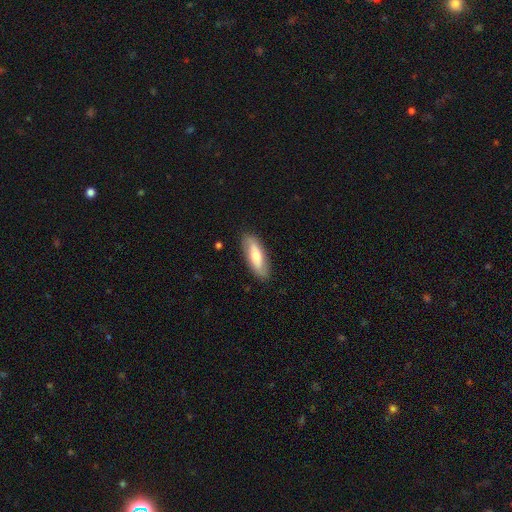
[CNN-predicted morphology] smooth-or-featured: smooth: 59% | featured or disk: 36% | star or artifact: 6%
  how-rounded: in between: 60% | cigar-shaped: 38% | round: 3%
  merging: none: 86% | minor disturbance: 11% | major disturbance: 2% | merger: 1%